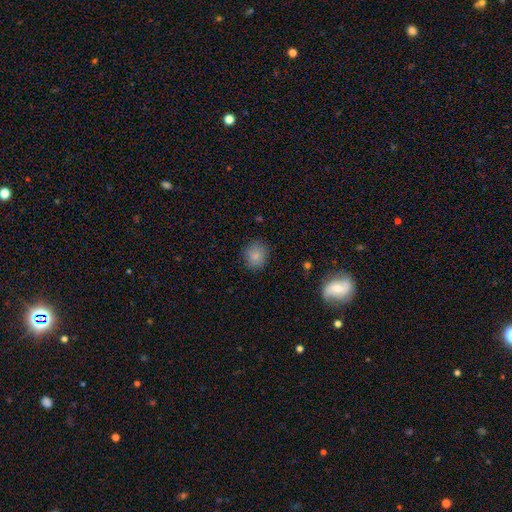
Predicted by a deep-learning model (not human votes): Morphology: type=smooth (85%); roundness=round (78%); merging=none (87%).